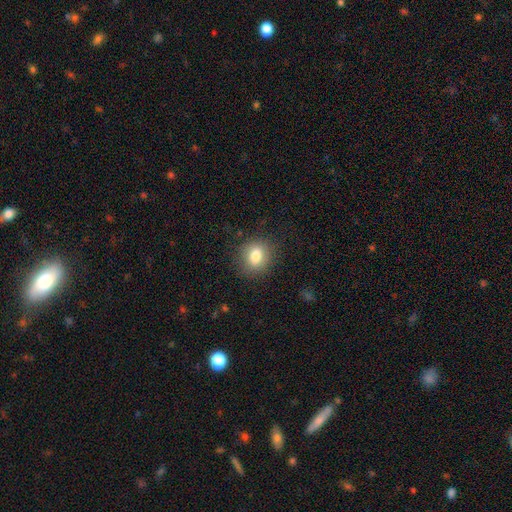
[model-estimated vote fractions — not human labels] Smooth or featured? Predicted: smooth (p=0.80). How rounded? Predicted: round (p=0.64). Merging? Predicted: none (p=0.84).